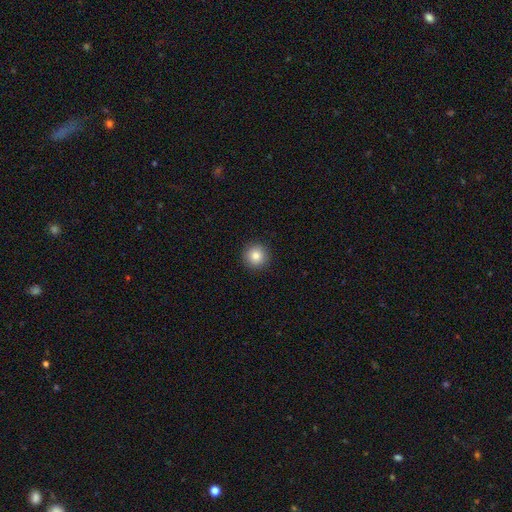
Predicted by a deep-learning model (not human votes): Smooth or featured: smooth — 83% (star or artifact — 10%)
How rounded: round — 96% (in between — 3%)
Merging: none — 93% (minor disturbance — 5%)